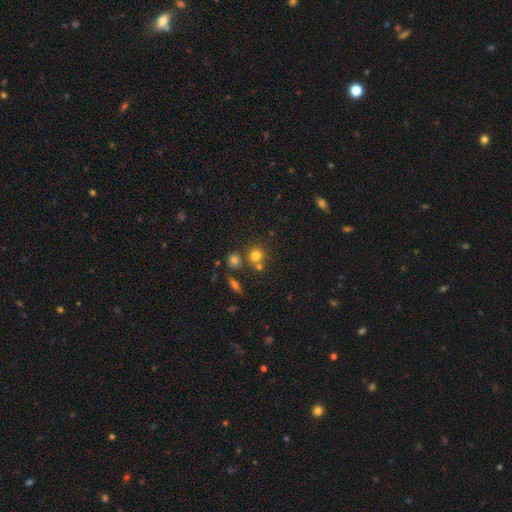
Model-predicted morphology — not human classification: A smooth galaxy with no disk features (75%) that is round (87%).

Vote fractions:
- Smooth or featured? smooth: 75% / star or artifact: 15% / featured or disk: 10%
- How rounded? round: 87% / in between: 12% / cigar-shaped: 1%
- Merging? none: 63% / merger: 24% / minor disturbance: 9% / major disturbance: 4%